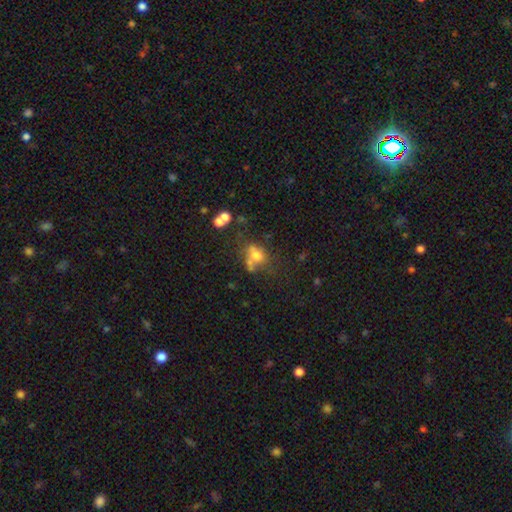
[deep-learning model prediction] smooth-or-featured: smooth: 62% | featured or disk: 22% | star or artifact: 16%
  how-rounded: round: 54% | in between: 45% | cigar-shaped: 1%
  merging: none: 37% | merger: 32% | minor disturbance: 17% | major disturbance: 14%